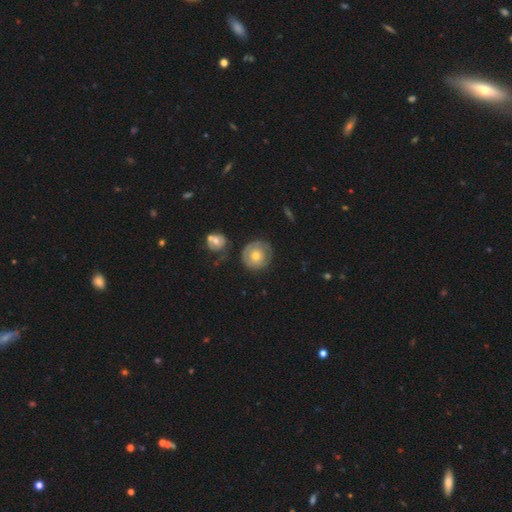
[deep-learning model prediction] A smooth galaxy with no disk features (48%).

Vote fractions:
- Smooth or featured? smooth: 48% / featured or disk: 46% / star or artifact: 6%
- Merging? none: 67% / minor disturbance: 20% / major disturbance: 9% / merger: 5%